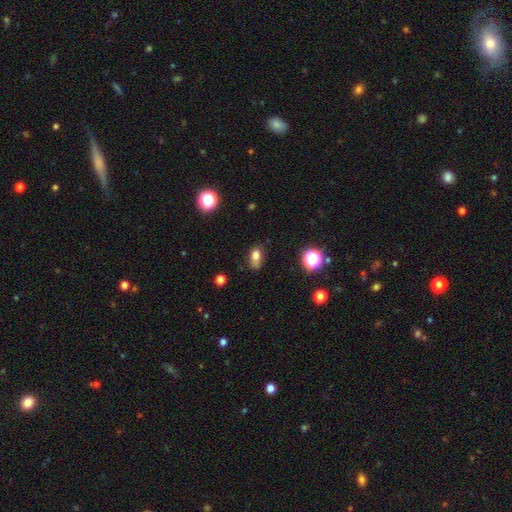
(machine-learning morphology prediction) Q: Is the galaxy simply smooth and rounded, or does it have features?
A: smooth — 78%.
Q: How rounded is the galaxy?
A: in between — 82%.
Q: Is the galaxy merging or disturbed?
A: none — 62%.